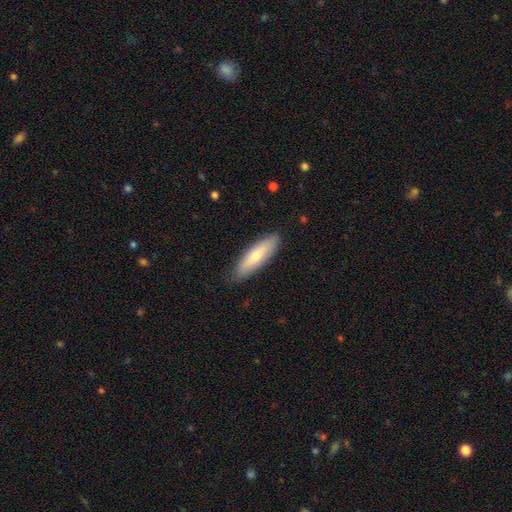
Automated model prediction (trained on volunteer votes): Overall: smooth (66%; featured or disk 28%). How rounded: cigar-shaped (60%; in between 38%). Merging: none (86%).